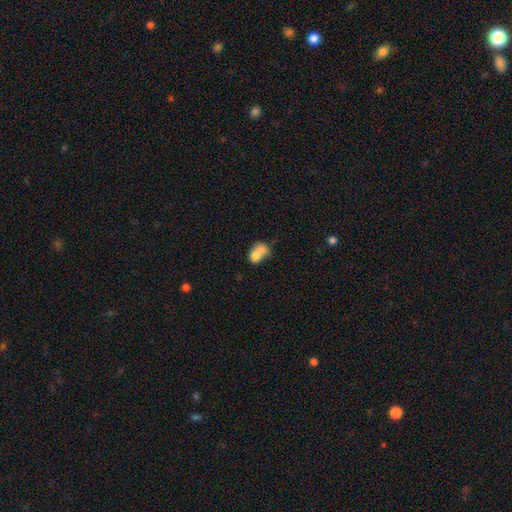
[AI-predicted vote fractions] smooth_or_featured: smooth (p=0.71) [alt: featured or disk p=0.19]
how_rounded: in between (p=0.62) [alt: round p=0.37]
merging: merger (p=0.63) [alt: none p=0.18]